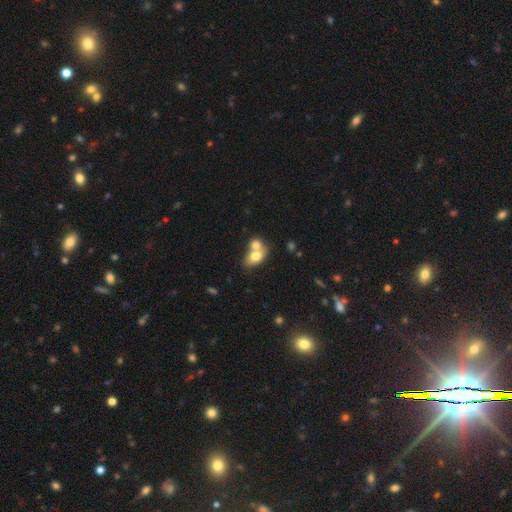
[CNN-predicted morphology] The model was most divided on "merging": merger: 66%, none: 22%, minor disturbance: 7%, major disturbance: 4%. More confident: how rounded — in between (76%); smooth or featured — smooth (73%).